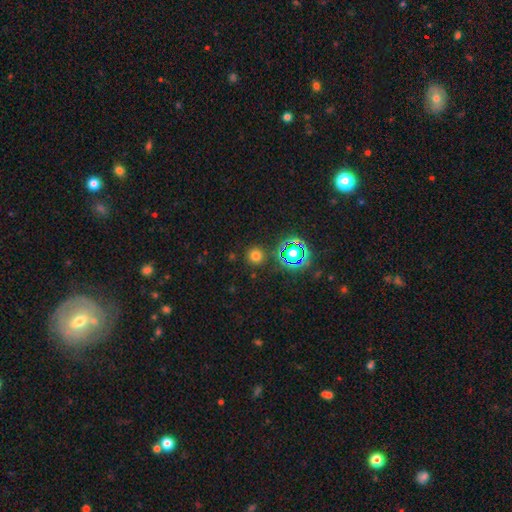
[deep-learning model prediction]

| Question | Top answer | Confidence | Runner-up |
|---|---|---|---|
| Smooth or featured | smooth | 68% | star or artifact (26%) |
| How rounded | round | 94% | in between (5%) |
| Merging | none | 87% | minor disturbance (7%) |